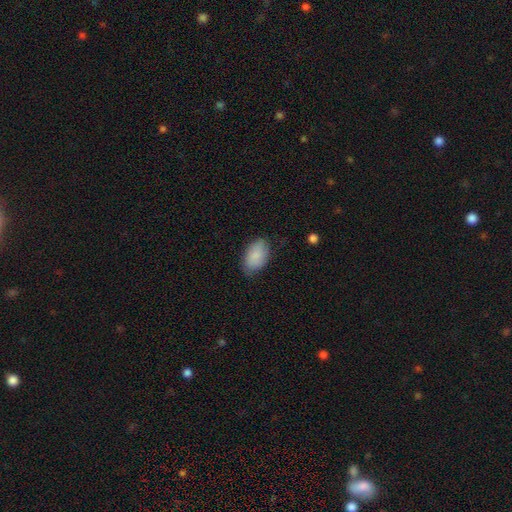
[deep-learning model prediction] A smooth galaxy with no disk features (88%) that is in between round and cigar-shaped (93%).

Vote fractions:
- Smooth or featured? smooth: 88% / featured or disk: 6% / star or artifact: 6%
- How rounded? in between: 93% / round: 6% / cigar-shaped: 1%
- Merging? none: 77% / minor disturbance: 18% / major disturbance: 4% / merger: 1%